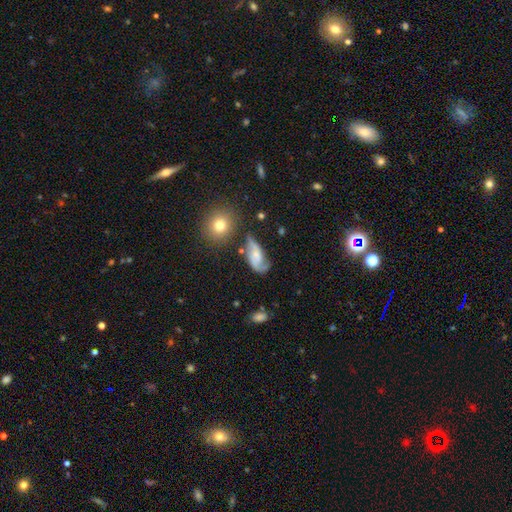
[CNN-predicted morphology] Smooth or featured: featured or disk — 71% (smooth — 21%)
Edge-on disk: no — 96% (yes — 4%)
Bar: no — 50% (weak — 38%)
Spiral arms: yes — 92% (no — 8%)
Spiral winding: medium — 42% (loose — 40%)
Spiral arm count: 2 — 78% (1 — 11%)
Bulge size: small — 45% (none — 25%)
Merging: none — 51% (minor disturbance — 25%)